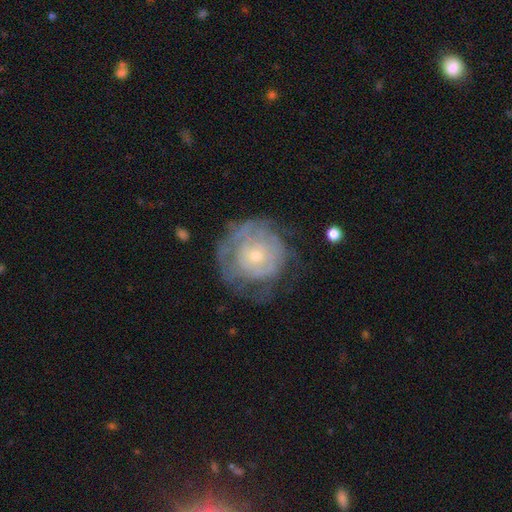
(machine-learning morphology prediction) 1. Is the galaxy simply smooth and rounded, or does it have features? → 69% featured or disk, 24% smooth, 7% star or artifact.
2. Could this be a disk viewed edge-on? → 97% no, 3% yes.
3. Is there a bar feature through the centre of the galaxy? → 86% no, 12% weak, 2% strong.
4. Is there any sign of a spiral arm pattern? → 71% yes, 29% no.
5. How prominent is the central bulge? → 72% small, 24% moderate, 2% large, 1% none, 1% dominant.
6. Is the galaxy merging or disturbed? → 56% none, 23% minor disturbance, 19% major disturbance, 2% merger.